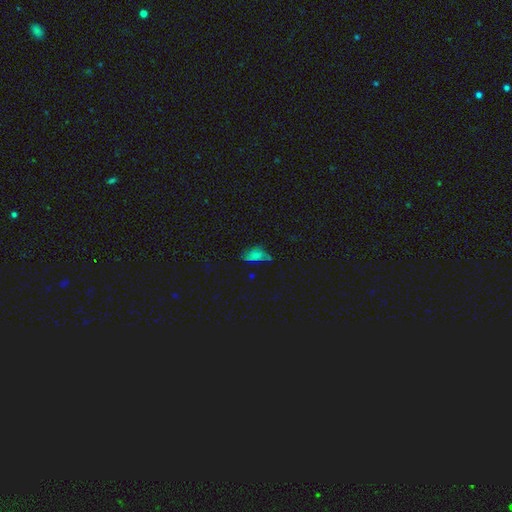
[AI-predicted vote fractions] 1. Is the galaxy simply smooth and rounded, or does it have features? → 56% smooth, 23% featured or disk, 21% star or artifact.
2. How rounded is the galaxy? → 86% in between, 7% cigar-shaped, 7% round.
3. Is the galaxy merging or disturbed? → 41% none, 32% minor disturbance, 20% major disturbance, 6% merger.